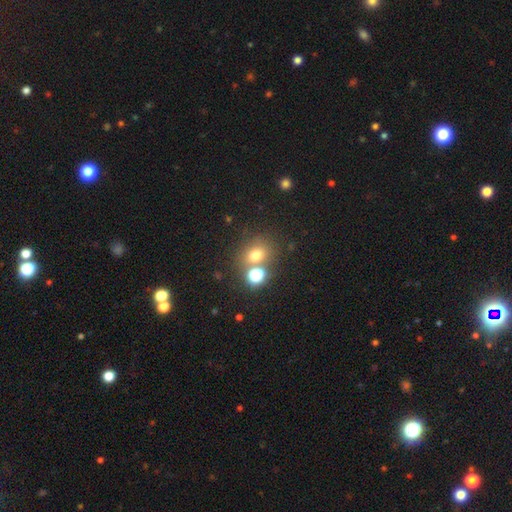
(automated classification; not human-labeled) This is likely a smooth galaxy (68%). How rounded: likely round (67%). Merging: likely none (63%).